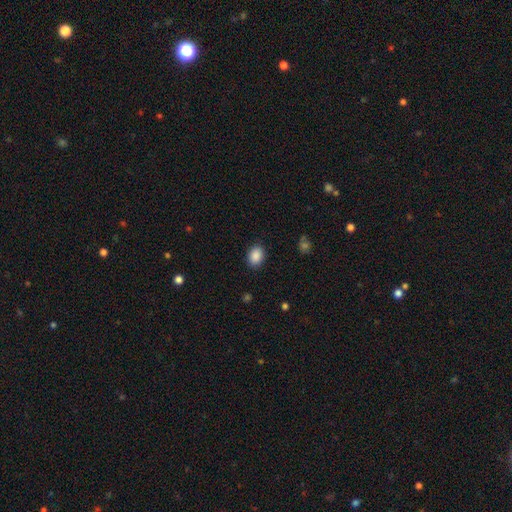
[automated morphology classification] smooth_or_featured: smooth (p=0.89) [alt: star or artifact p=0.08]
how_rounded: in between (p=0.70) [alt: round p=0.29]
merging: none (p=0.88) [alt: minor disturbance p=0.09]